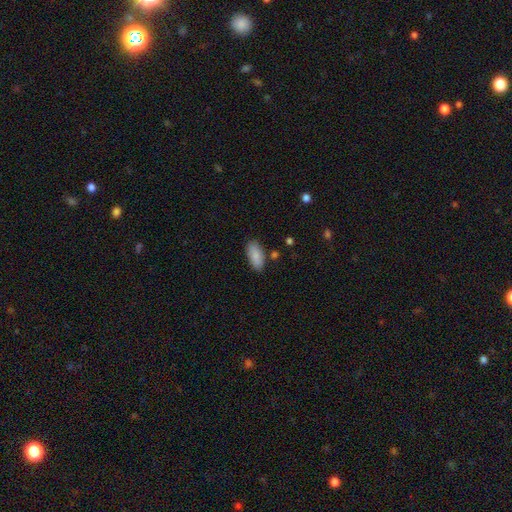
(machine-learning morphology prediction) Smooth or featured: smooth — 87% (star or artifact — 6%)
How rounded: in between — 89% (cigar-shaped — 9%)
Merging: none — 82% (minor disturbance — 12%)